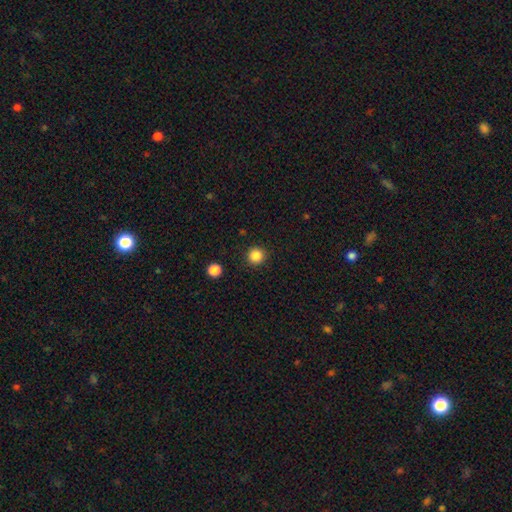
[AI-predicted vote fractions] A smooth galaxy with no disk features (86%) that is round (95%).

Vote fractions:
- Smooth or featured? smooth: 86% / star or artifact: 11% / featured or disk: 3%
- How rounded? round: 95% / in between: 4% / cigar-shaped: 1%
- Merging? none: 92% / minor disturbance: 5% / major disturbance: 2% / merger: 1%